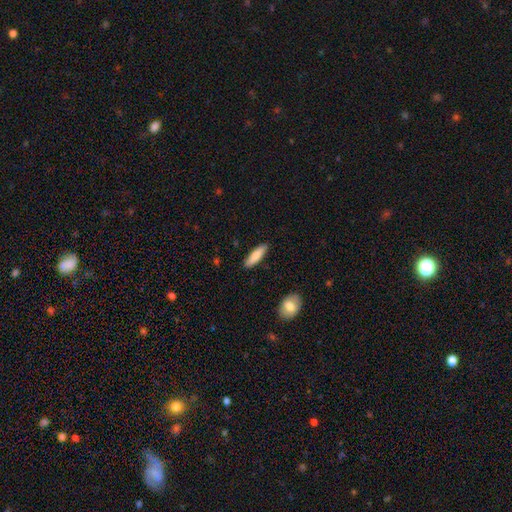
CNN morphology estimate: A smooth galaxy with no disk features (80%) that is cigar-shaped (63%).

Vote fractions:
- Smooth or featured? smooth: 80% / featured or disk: 15% / star or artifact: 5%
- How rounded? cigar-shaped: 63% / in between: 35% / round: 2%
- Merging? none: 89% / minor disturbance: 8% / major disturbance: 2% / merger: 2%